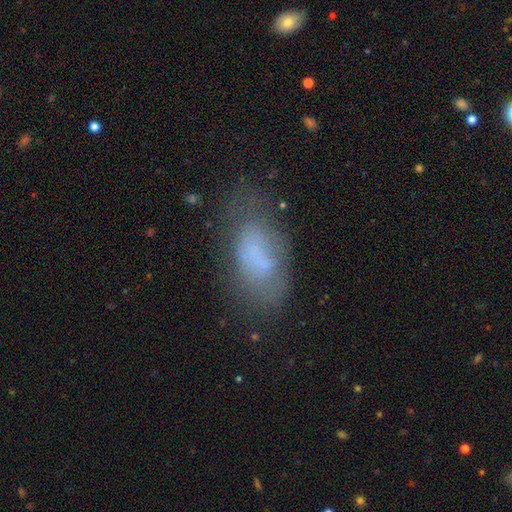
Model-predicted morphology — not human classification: smooth 61%, featured or disk 27%, star or artifact 12%. Down the decision tree: how rounded — in between (90%); merging — none (53%).